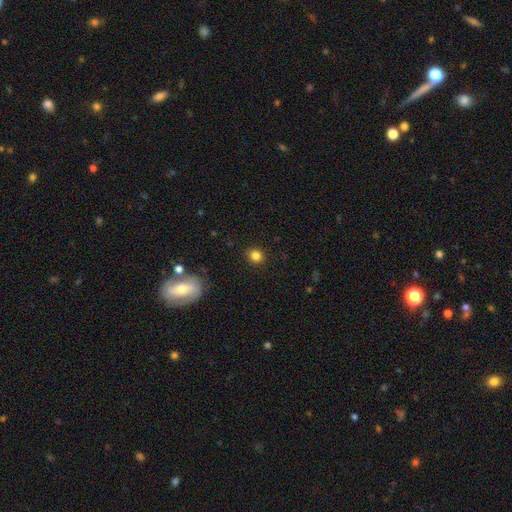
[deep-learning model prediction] smooth_or_featured: smooth (p=0.83) [alt: star or artifact p=0.12]
how_rounded: round (p=0.82) [alt: in between p=0.17]
merging: none (p=0.90) [alt: minor disturbance p=0.07]